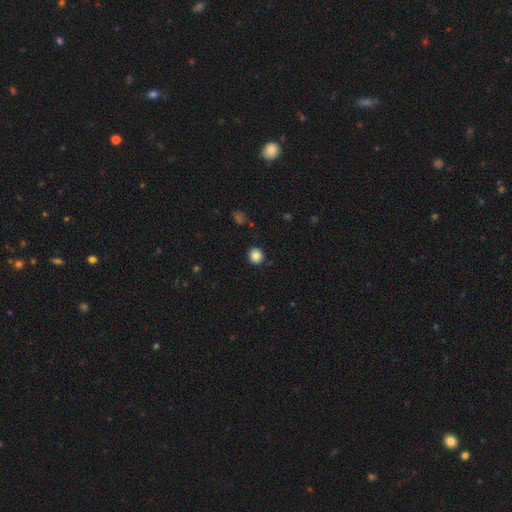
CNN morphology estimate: The model was most divided on "smooth or featured": smooth: 83%, star or artifact: 10%, featured or disk: 7%. More confident: how rounded — round (91%); merging — none (90%).